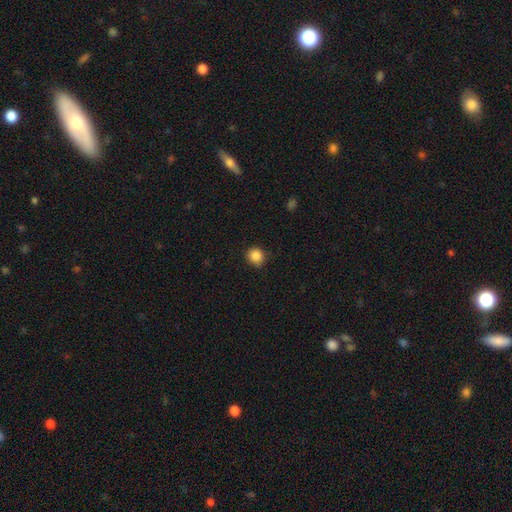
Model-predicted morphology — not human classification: Overall: smooth (86%). How rounded: round (86%). Merging: none (82%).